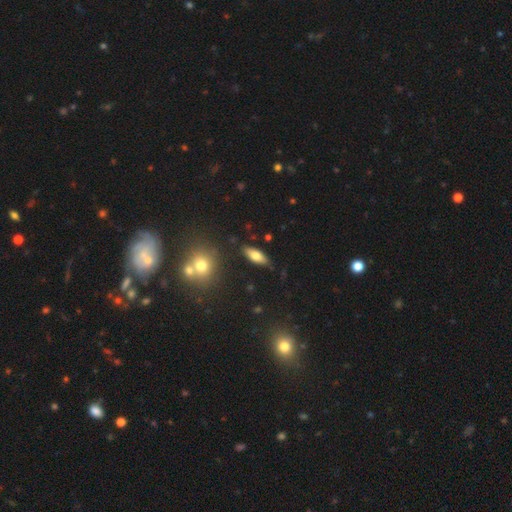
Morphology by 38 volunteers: Volunteers were most divided on "how rounded": in between: 67%, cigar-shaped: 30%, round: 4%. More confident: merging — none (89%); smooth or featured — smooth (71%).